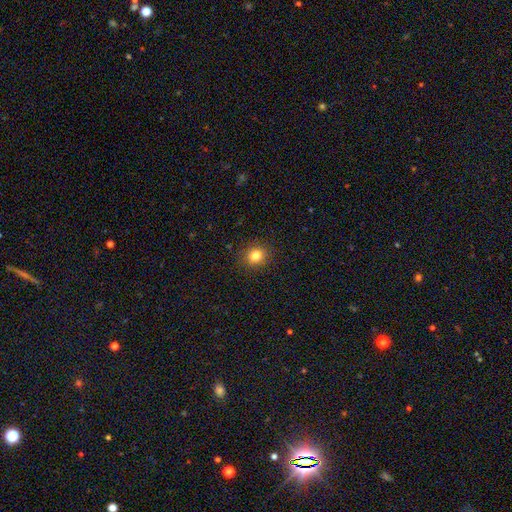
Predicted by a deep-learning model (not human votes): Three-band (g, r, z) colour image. It shows a smooth galaxy with no disk features (82%) that is round (84%). Merging: none (90%).